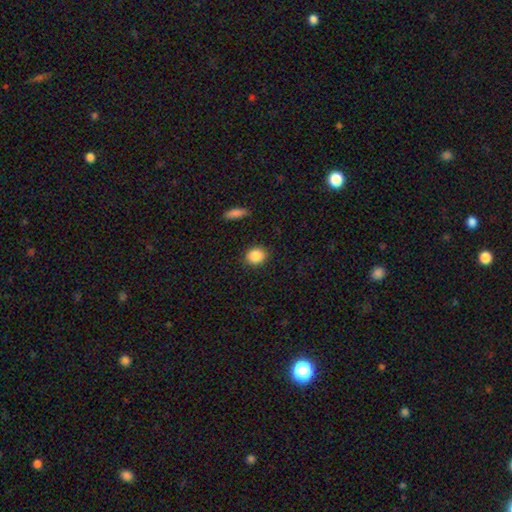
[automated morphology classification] Q: Smooth or featured?
A: smooth (88%); runner-up: star or artifact (8%)
Q: How rounded?
A: round (68%); runner-up: in between (30%)
Q: Merging?
A: none (88%); runner-up: minor disturbance (8%)